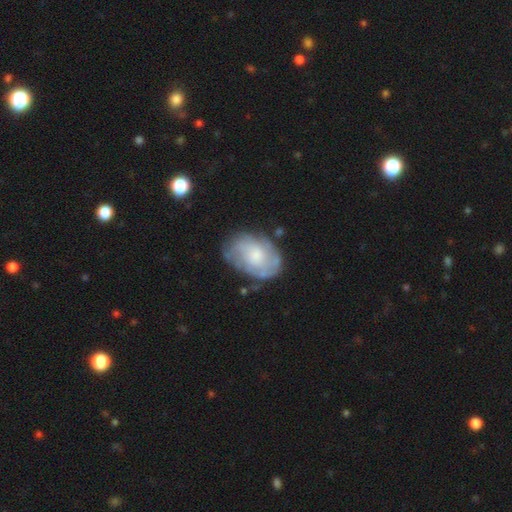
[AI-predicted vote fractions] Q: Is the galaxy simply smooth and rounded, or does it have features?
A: featured or disk — 56%.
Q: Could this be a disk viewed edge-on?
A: no — 96%.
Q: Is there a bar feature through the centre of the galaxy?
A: no — 76%.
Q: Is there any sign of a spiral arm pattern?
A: yes — 67%.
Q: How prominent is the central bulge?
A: moderate — 43%.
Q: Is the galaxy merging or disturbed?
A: none — 64%.